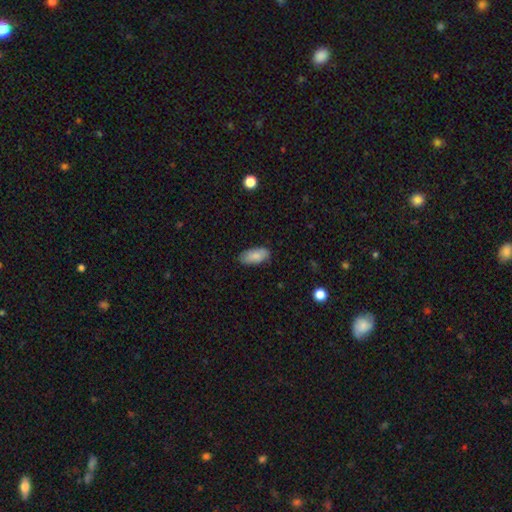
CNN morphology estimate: A smooth galaxy with no disk features (85%) that is in between round and cigar-shaped (91%). Merging: none (82%).